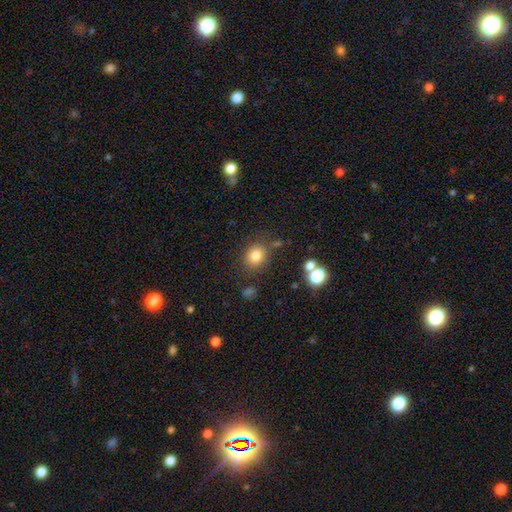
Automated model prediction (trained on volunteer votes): This is clearly a smooth galaxy (80%). How rounded: likely round (68%). Merging: likely none (78%).